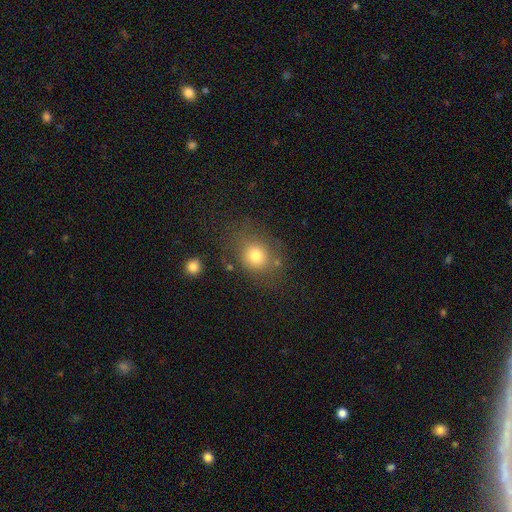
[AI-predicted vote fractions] The model was most divided on "how rounded": round: 73%, in between: 26%, cigar-shaped: 1%. More confident: smooth or featured — smooth (76%); merging — none (71%).